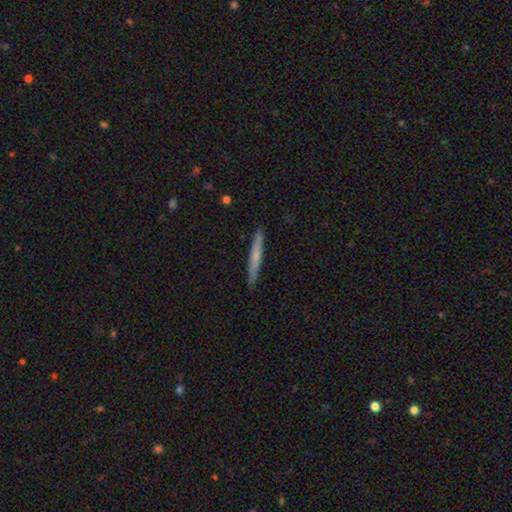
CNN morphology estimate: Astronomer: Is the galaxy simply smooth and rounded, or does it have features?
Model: smooth — 58% (runner-up: featured or disk, 37%).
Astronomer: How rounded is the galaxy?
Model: cigar-shaped — 96%.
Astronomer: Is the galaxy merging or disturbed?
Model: none — 90%.